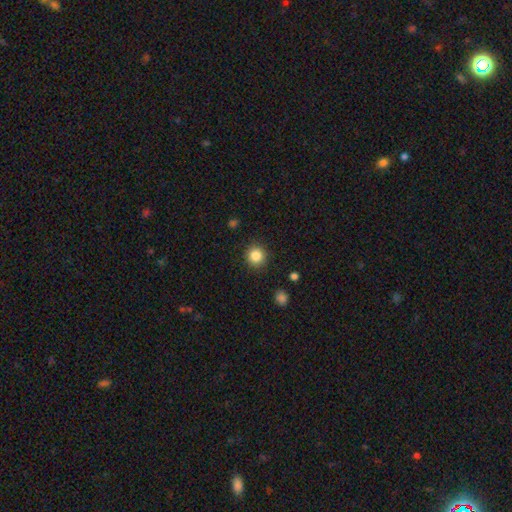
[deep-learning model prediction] This appears to be a smooth galaxy with no disk features (84%) that is round (92%). Merging: none (90%).